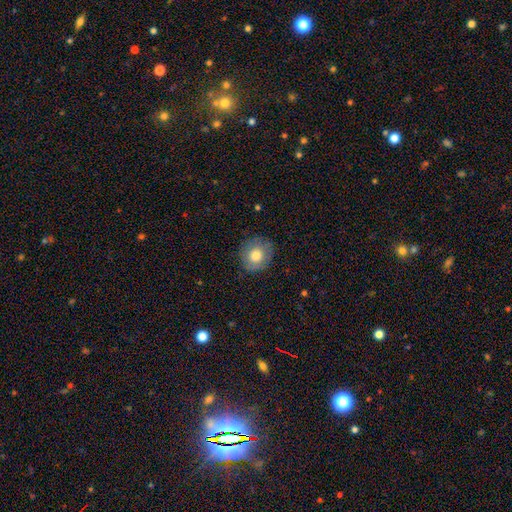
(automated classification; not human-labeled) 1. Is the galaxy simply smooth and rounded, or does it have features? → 71% smooth, 21% featured or disk, 8% star or artifact.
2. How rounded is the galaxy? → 73% round, 26% in between, 1% cigar-shaped.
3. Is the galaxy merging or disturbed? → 78% none, 16% minor disturbance, 5% major disturbance, 1% merger.